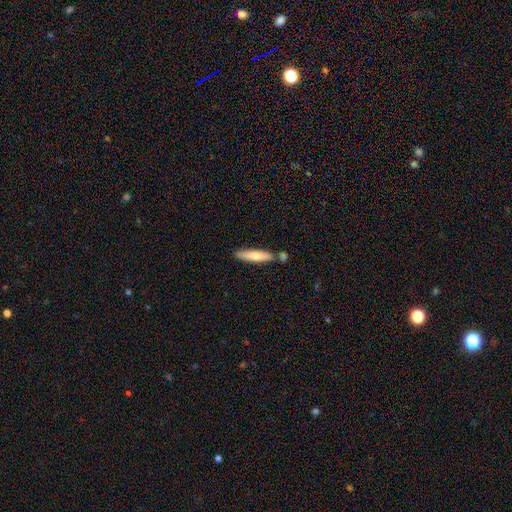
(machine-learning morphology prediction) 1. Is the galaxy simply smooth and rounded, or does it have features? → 69% smooth, 25% featured or disk, 5% star or artifact.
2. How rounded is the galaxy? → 83% cigar-shaped, 16% in between, 1% round.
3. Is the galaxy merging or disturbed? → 71% none, 14% merger, 12% minor disturbance, 3% major disturbance.